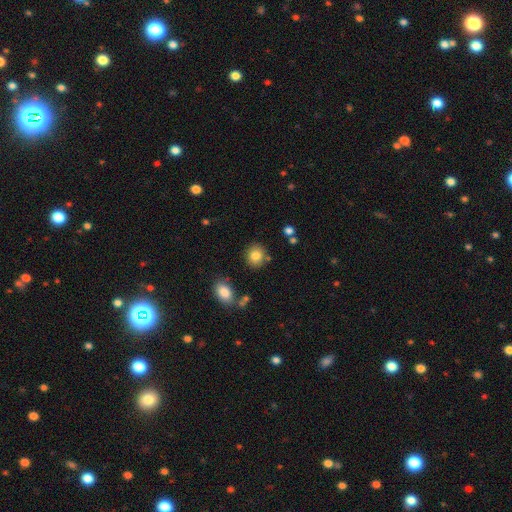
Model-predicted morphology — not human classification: Q: Smooth or featured?
A: smooth (83%); runner-up: star or artifact (10%)
Q: How rounded?
A: round (79%); runner-up: in between (20%)
Q: Merging?
A: none (82%); runner-up: minor disturbance (10%)